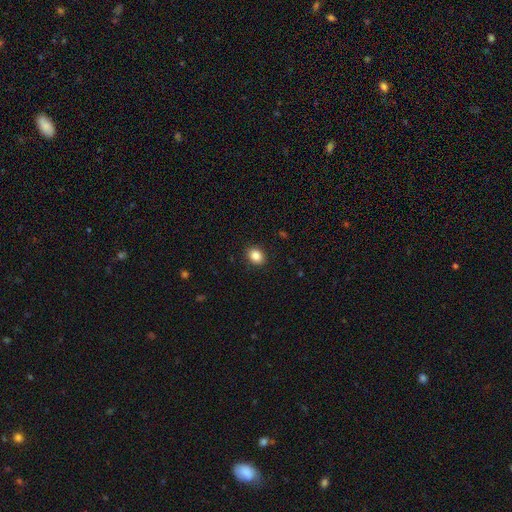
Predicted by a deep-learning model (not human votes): Smooth or featured: smooth — 87% (star or artifact — 9%)
How rounded: in between — 59% (round — 40%)
Merging: none — 90% (minor disturbance — 7%)